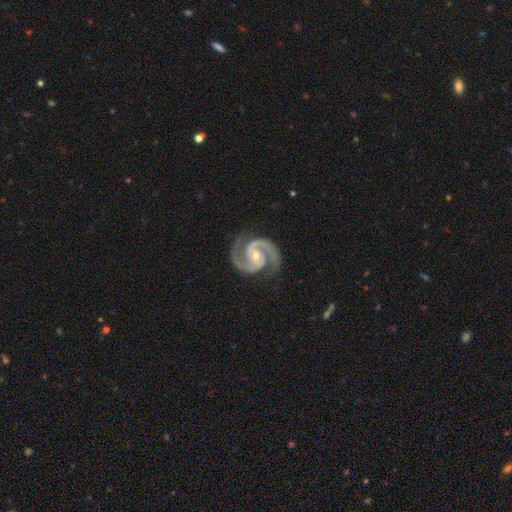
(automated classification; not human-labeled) This appears to be a featured or disk galaxy (94%) with no bar (47%), 2 (94%) medium (59%) spiral arms (99%) and a small central bulge (50%). Merging: none (83%).